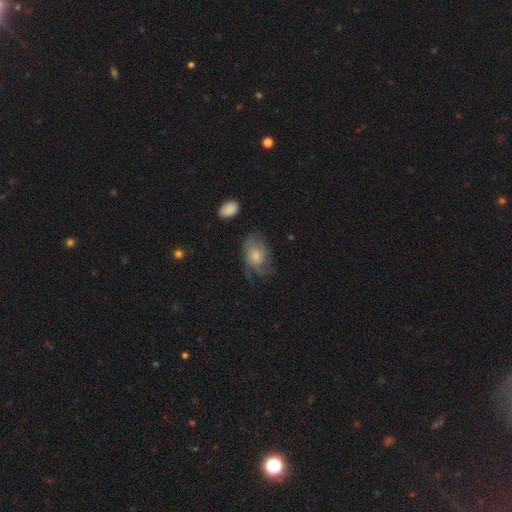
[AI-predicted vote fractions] Overall: featured or disk (52%; smooth 41%). Edge-on disk: no (96%). Merging: none (49%; minor disturbance 26%).